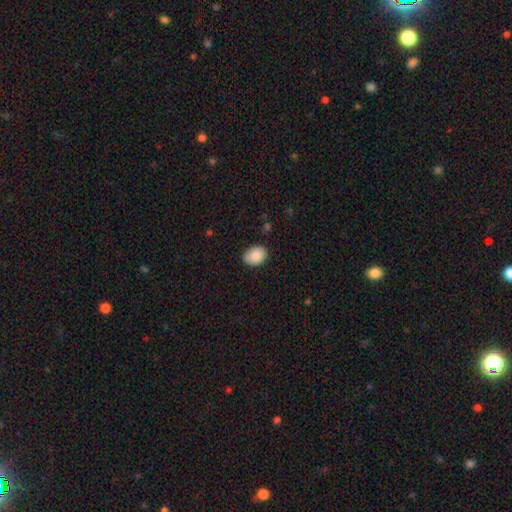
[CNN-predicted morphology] Smooth or featured: smooth — 88% (star or artifact — 7%)
How rounded: in between — 78% (round — 22%)
Merging: none — 82% (minor disturbance — 15%)